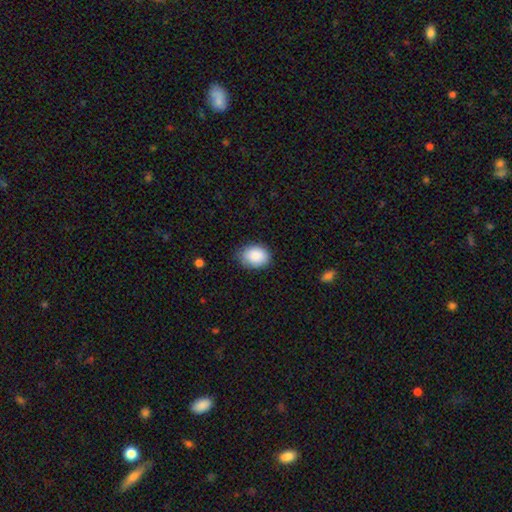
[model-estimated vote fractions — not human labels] Morphology: type=smooth (88%); roundness=in between (65%); merging=none (77%).